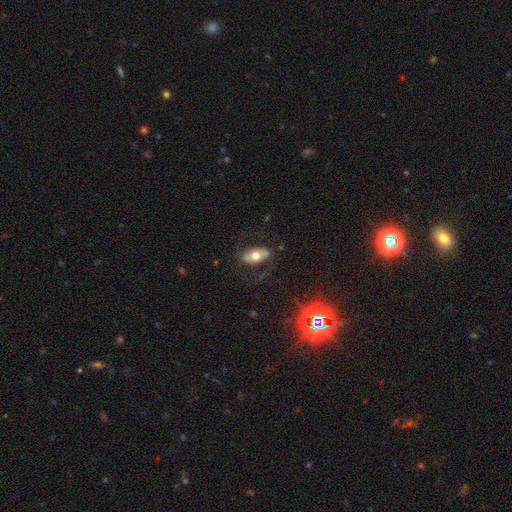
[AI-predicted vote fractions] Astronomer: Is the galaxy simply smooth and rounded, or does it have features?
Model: smooth — 55% (runner-up: featured or disk, 38%).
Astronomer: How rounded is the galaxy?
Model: in between — 87%.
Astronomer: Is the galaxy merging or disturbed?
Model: none — 76%.